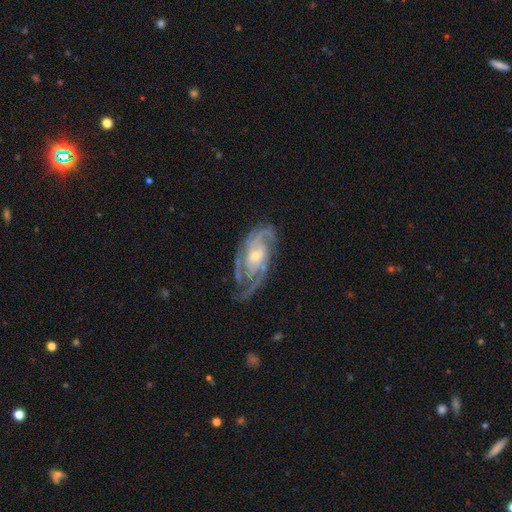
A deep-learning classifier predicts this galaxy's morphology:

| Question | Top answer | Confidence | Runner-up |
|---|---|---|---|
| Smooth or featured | featured or disk | 90% | smooth (5%) |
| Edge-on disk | no | 96% | yes (4%) |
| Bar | no | 63% | weak (29%) |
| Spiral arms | yes | 97% | no (3%) |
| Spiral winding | tight | 54% | medium (38%) |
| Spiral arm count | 3 | 34% | 2 (26%) |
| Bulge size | small | 62% | moderate (33%) |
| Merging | none | 69% | minor disturbance (19%) |